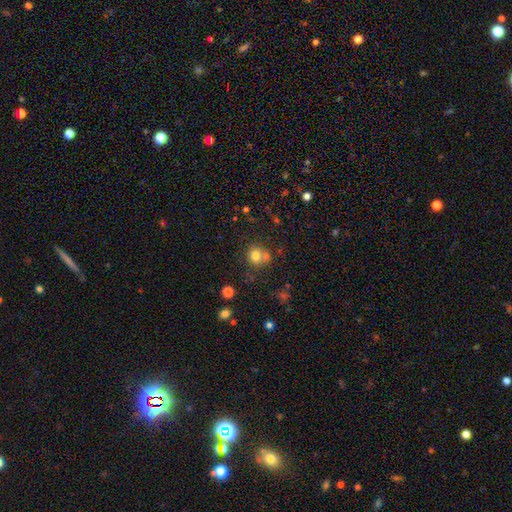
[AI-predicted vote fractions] smooth 77%, star or artifact 13%, featured or disk 10%. Down the decision tree: how rounded — round (83%); merging — none (56%).